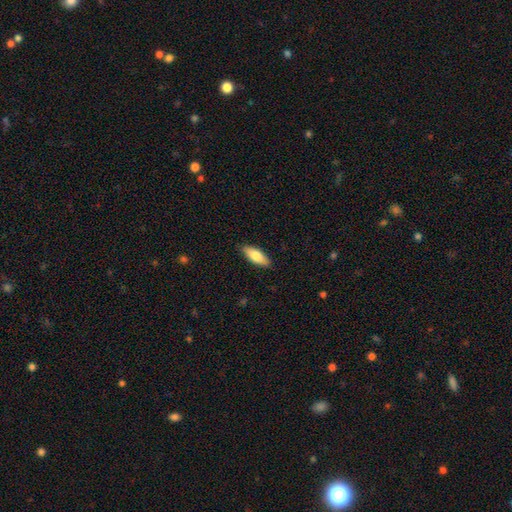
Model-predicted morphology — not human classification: Overall: smooth (76%). How rounded: in between (71%). Merging: none (88%).